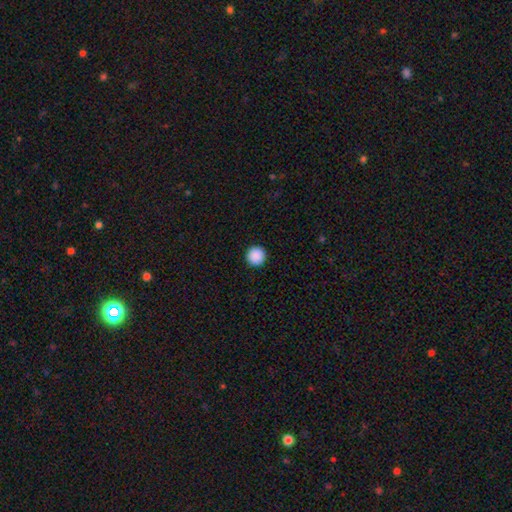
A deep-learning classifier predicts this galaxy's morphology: Overall: smooth (90%). How rounded: round (96%). Merging: none (94%).